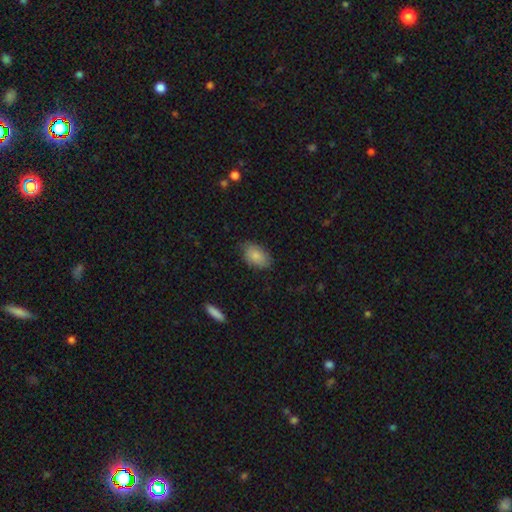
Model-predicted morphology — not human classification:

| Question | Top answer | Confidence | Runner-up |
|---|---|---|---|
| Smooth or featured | smooth | 85% | featured or disk (9%) |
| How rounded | in between | 91% | round (7%) |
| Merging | none | 78% | minor disturbance (18%) |